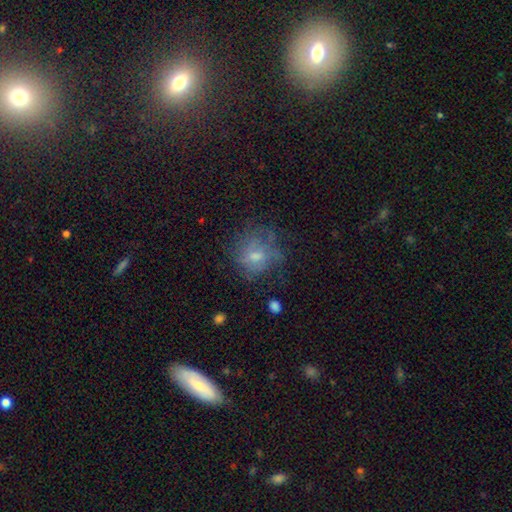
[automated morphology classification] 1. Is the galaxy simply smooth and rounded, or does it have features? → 49% smooth, 39% featured or disk, 12% star or artifact.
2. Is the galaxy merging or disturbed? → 51% none, 24% minor disturbance, 22% major disturbance, 3% merger.